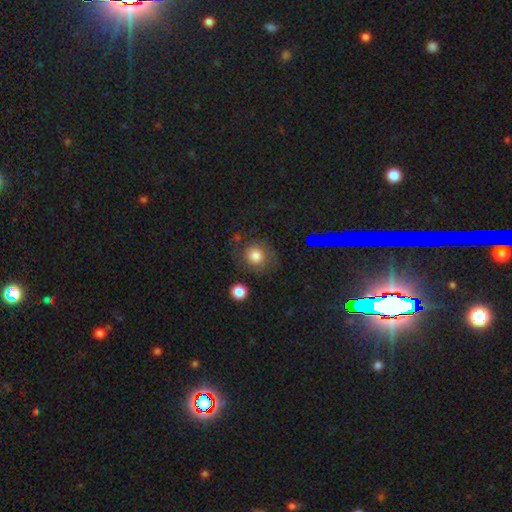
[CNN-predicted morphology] smooth 70%, featured or disk 16%, star or artifact 14%. Down the decision tree: how rounded — round (85%); merging — none (72%).